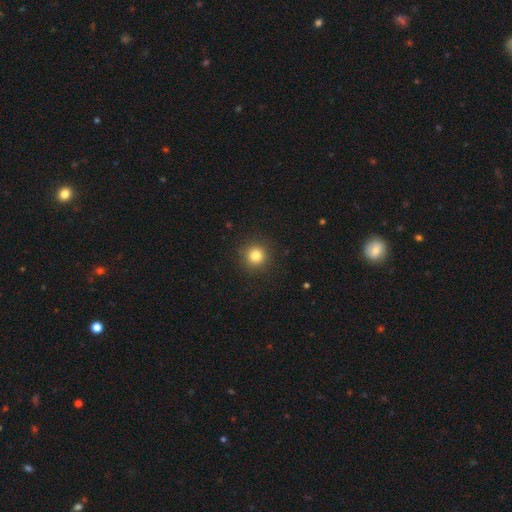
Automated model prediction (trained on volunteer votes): smooth_or_featured: smooth (p=0.82) [alt: star or artifact p=0.12]
how_rounded: round (p=0.95) [alt: in between p=0.04]
merging: none (p=0.92) [alt: minor disturbance p=0.05]